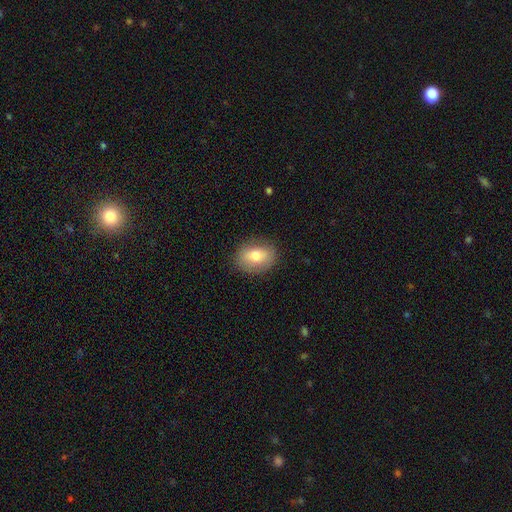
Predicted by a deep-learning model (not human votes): Smooth or featured: smooth — 73% (featured or disk — 18%)
How rounded: in between — 65% (round — 33%)
Merging: none — 83% (minor disturbance — 12%)